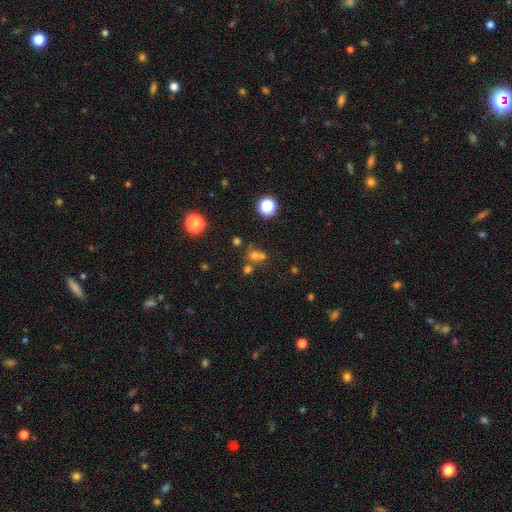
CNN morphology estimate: This appears to be a smooth galaxy with no disk features (58%) that is round (80%). Merging: none (44%).